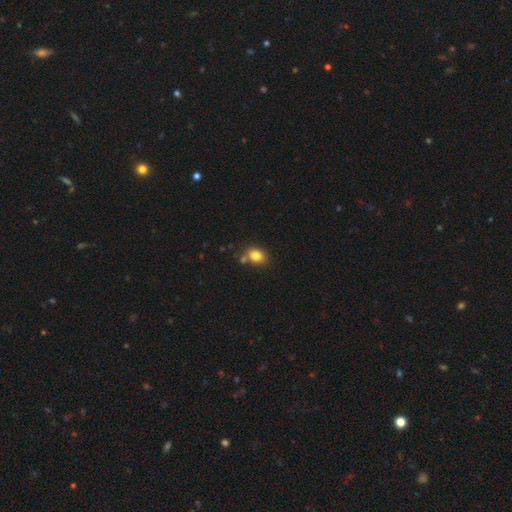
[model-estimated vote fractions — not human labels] A smooth galaxy with no disk features (81%) that is in between round and cigar-shaped (57%).

Vote fractions:
- Smooth or featured? smooth: 81% / star or artifact: 11% / featured or disk: 8%
- How rounded? in between: 57% / round: 42% / cigar-shaped: 1%
- Merging? none: 65% / merger: 17% / minor disturbance: 14% / major disturbance: 4%